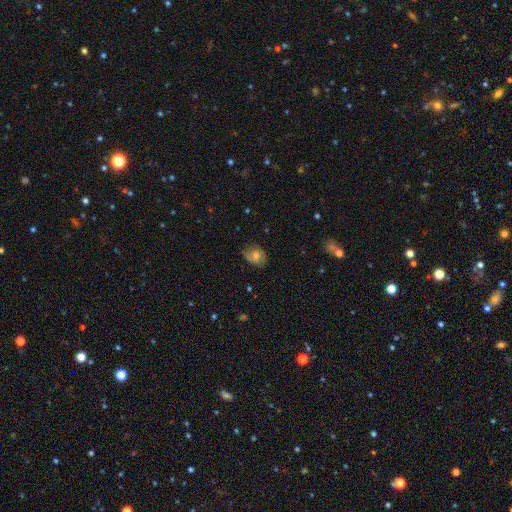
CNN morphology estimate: The model was most divided on "how rounded": in between: 50%, round: 49%, cigar-shaped: 1%. More confident: merging — none (62%); smooth or featured — smooth (53%).